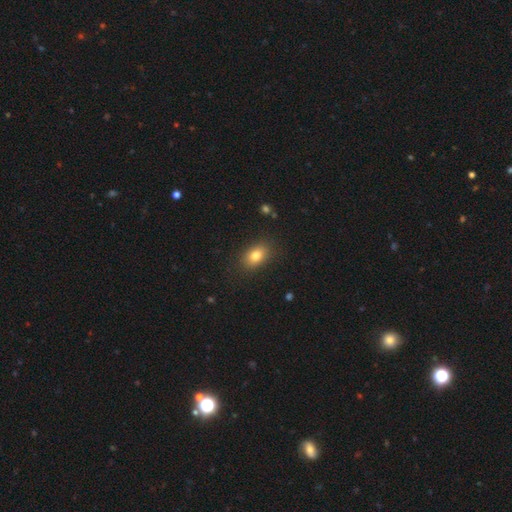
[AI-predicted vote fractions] smooth-or-featured: smooth: 82% | star or artifact: 10% | featured or disk: 9%
  how-rounded: in between: 81% | round: 17% | cigar-shaped: 2%
  merging: none: 85% | minor disturbance: 10% | major disturbance: 3% | merger: 1%